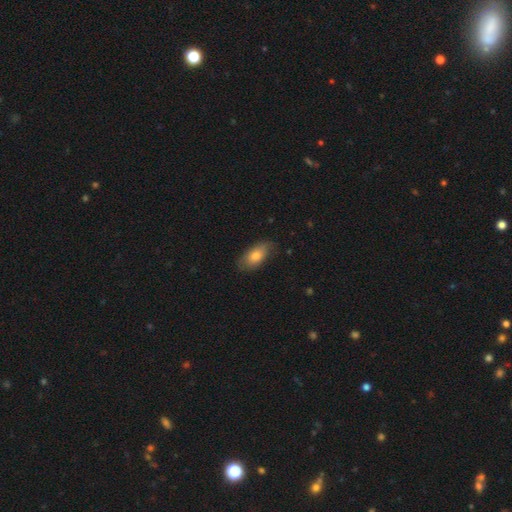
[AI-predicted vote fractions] Smooth or featured? smooth (77%)
How rounded? in between (90%)
Merging? none (75%)